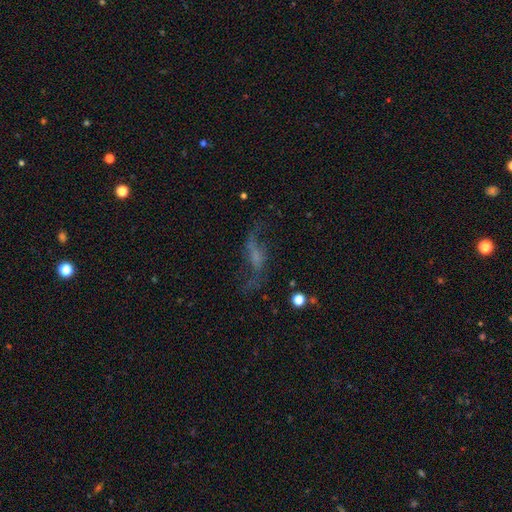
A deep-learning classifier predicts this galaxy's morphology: featured or disk 58%, smooth 23%, star or artifact 18%. Down the decision tree: edge-on disk — no (86%); bar — no (52%); spiral arms — yes (68%); bulge size — none (52%); merging — none (48%).